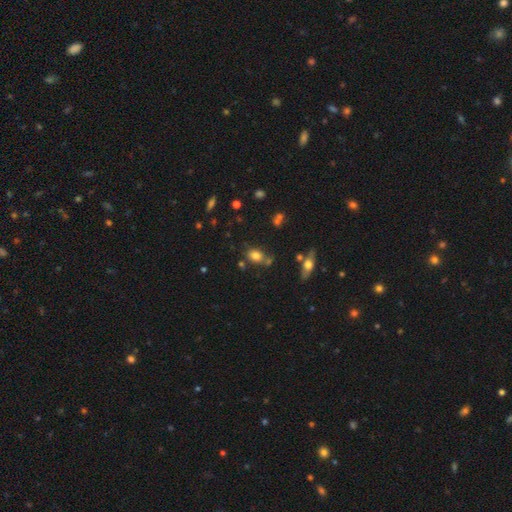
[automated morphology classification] A smooth galaxy with no disk features (78%) that is in between round and cigar-shaped (67%). Merging: none (67%).